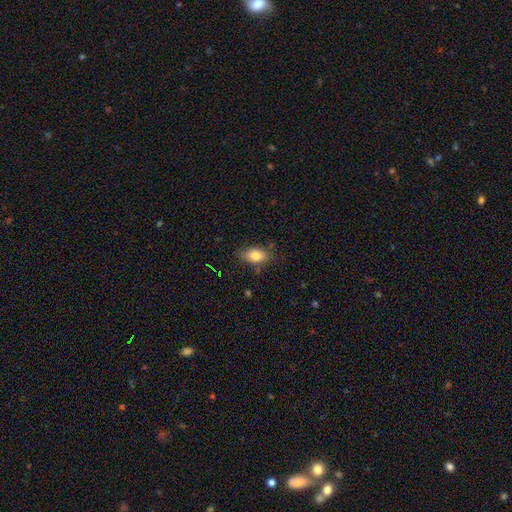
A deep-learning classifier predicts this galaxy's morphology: Smooth or featured? smooth (78%)
How rounded? in between (83%)
Merging? none (74%)